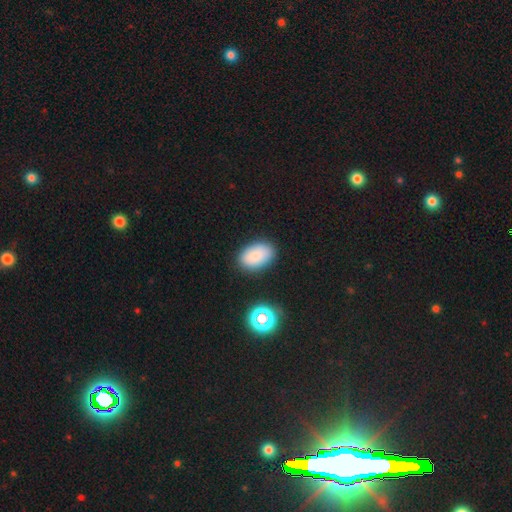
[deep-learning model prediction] Overall: smooth (85%). How rounded: in between (92%). Merging: none (86%).